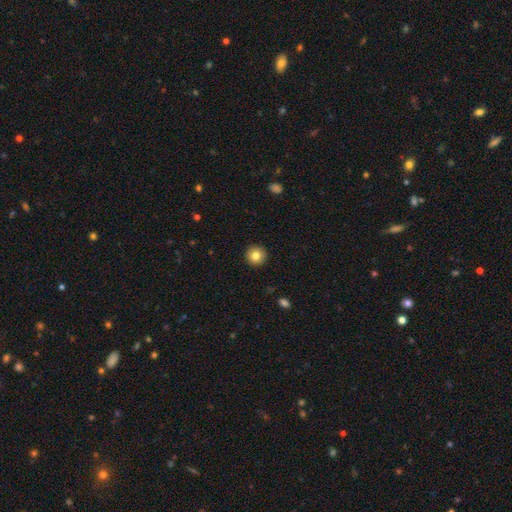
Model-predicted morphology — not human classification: Q: Smooth or featured?
A: smooth (82%); runner-up: star or artifact (10%)
Q: How rounded?
A: round (96%); runner-up: in between (4%)
Q: Merging?
A: none (93%); runner-up: minor disturbance (5%)